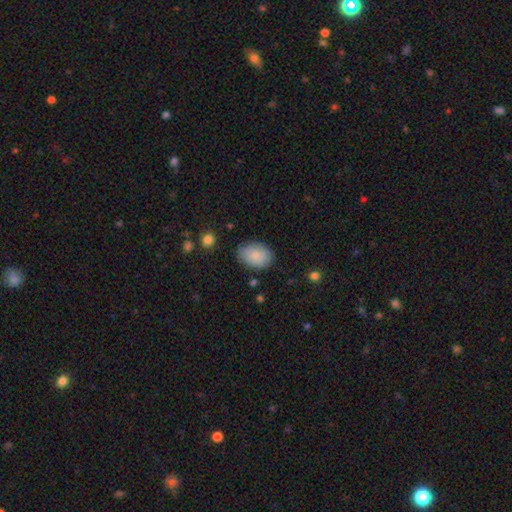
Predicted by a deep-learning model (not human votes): Smooth or featured? smooth (86%)
How rounded? in between (83%)
Merging? none (81%)